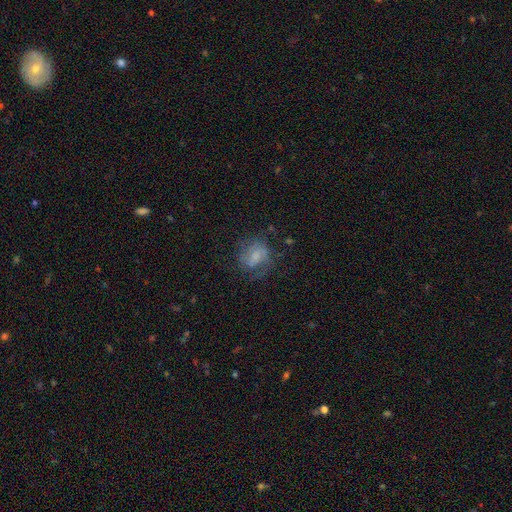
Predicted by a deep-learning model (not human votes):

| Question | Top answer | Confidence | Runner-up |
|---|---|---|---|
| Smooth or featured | featured or disk | 48% | smooth (42%) |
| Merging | none | 52% | major disturbance (23%) |